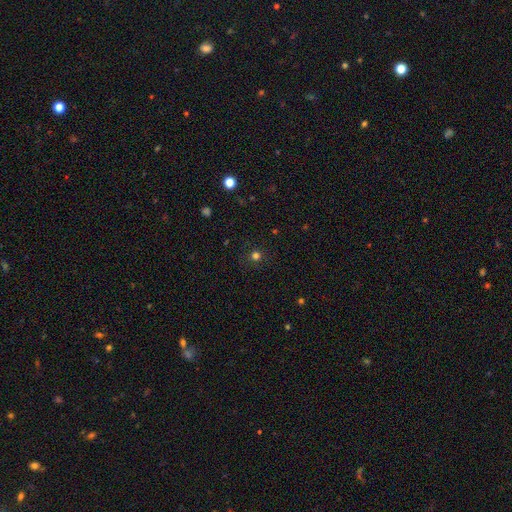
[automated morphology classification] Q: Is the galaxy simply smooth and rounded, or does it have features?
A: smooth — 73%.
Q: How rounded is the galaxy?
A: round — 92%.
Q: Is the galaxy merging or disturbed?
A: none — 88%.